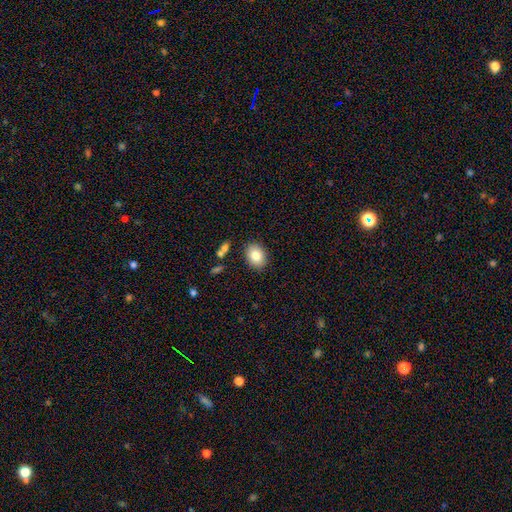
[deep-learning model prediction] Smooth or featured: smooth — 82% (featured or disk — 10%)
How rounded: in between — 69% (round — 30%)
Merging: none — 86% (minor disturbance — 9%)